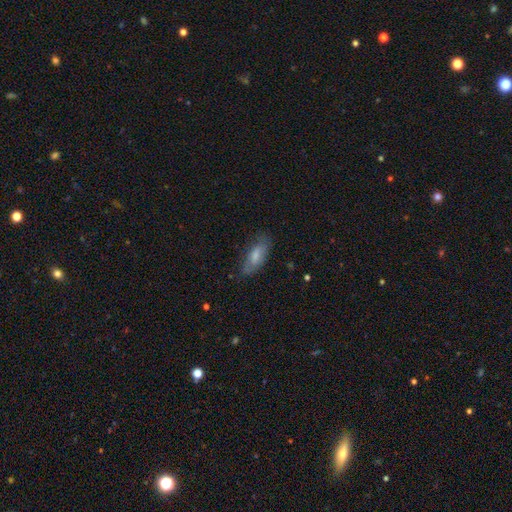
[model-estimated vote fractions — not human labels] Morphology: type=smooth (70%); roundness=in between (74%); merging=none (70%).